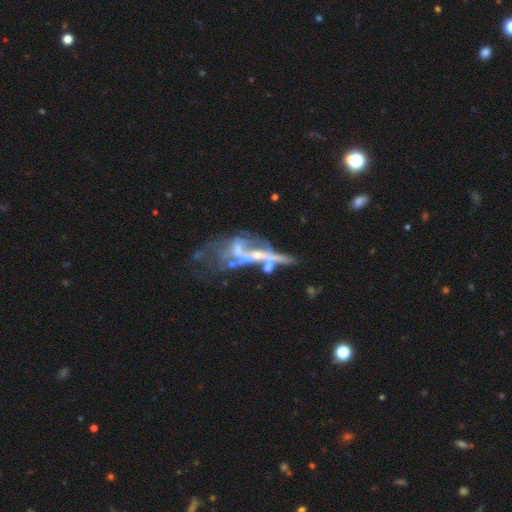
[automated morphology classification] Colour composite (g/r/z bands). It shows a featured or disk galaxy (72%) with no bar (71%), no spiral arms (63%) and a small central bulge (37%). Merging: merger (45%).